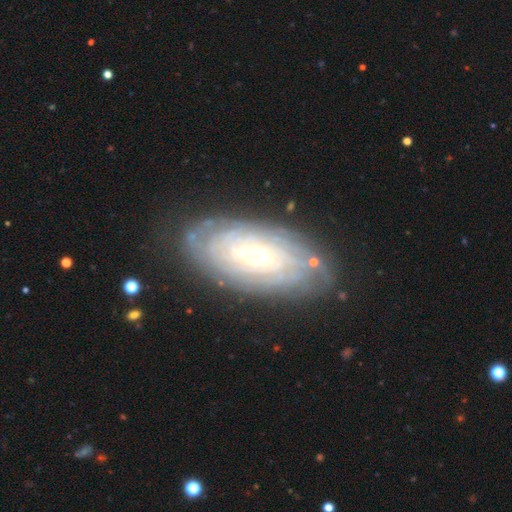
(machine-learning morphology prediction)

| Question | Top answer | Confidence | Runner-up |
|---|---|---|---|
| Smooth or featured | featured or disk | 79% | smooth (15%) |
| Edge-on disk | no | 92% | yes (8%) |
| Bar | no | 49% | weak (37%) |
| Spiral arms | yes | 89% | no (11%) |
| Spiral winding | tight | 83% | medium (13%) |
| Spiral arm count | can't tell | 60% | more than 4 (12%) |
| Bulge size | moderate | 51% | small (41%) |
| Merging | none | 79% | minor disturbance (15%) |